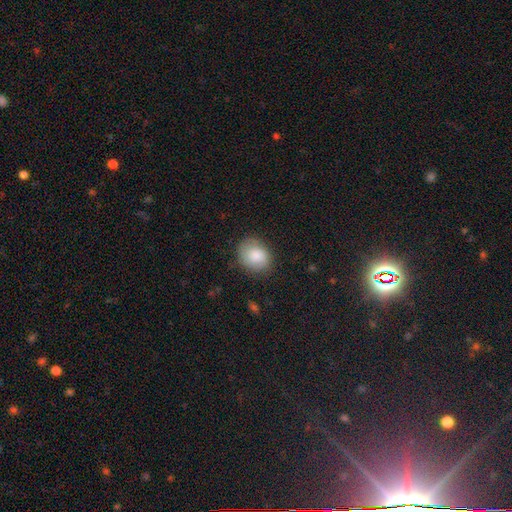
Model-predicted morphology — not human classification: type=smooth (83%); roundness=round (53%); merging=none (77%).